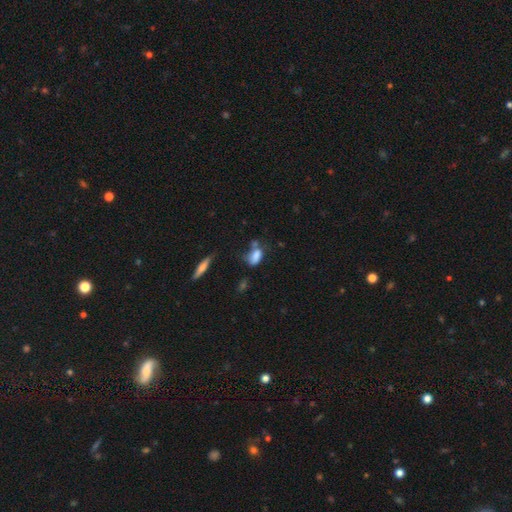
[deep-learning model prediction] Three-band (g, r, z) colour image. It shows a smooth galaxy with no disk features (77%) that is in between round and cigar-shaped (85%). Merging: none (42%).